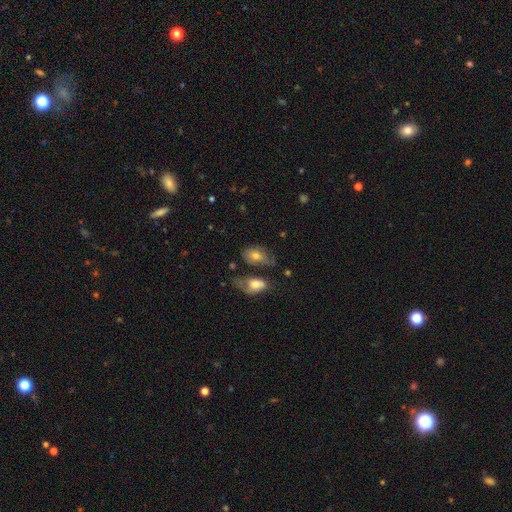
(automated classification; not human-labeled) This appears to be a smooth galaxy with no disk features (67%) that is in between round and cigar-shaped (86%). Merging: none (37%).